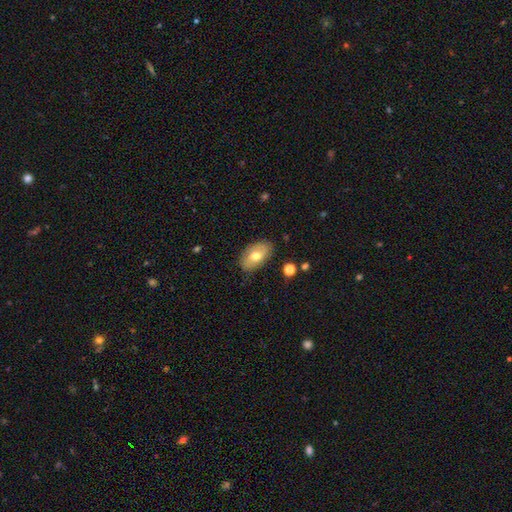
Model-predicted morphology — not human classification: Q: Smooth or featured?
A: smooth (65%); runner-up: featured or disk (27%)
Q: How rounded?
A: in between (92%); runner-up: round (7%)
Q: Merging?
A: none (81%); runner-up: minor disturbance (15%)